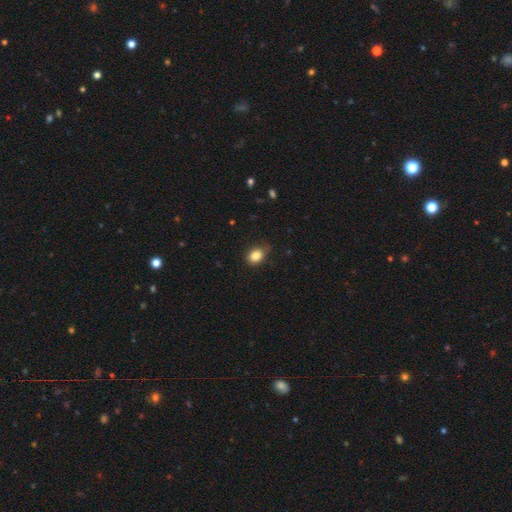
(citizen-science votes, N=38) A smooth galaxy with no disk features (89%) that is round (50%, tied with in between).

Vote fractions:
- Smooth or featured? smooth: 89% / featured or disk: 5% / star or artifact: 5%
- How rounded? round: 50% (tied) / in between: 50% (tied) / cigar-shaped: 0%
- Merging? none: 72% / minor disturbance: 28% / major disturbance: 0% / merger: 0%